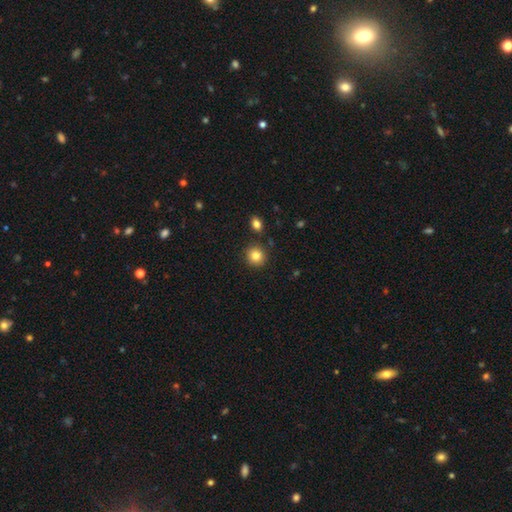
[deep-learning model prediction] The model was most divided on "smooth or featured": smooth: 84%, star or artifact: 10%, featured or disk: 6%. More confident: how rounded — round (90%); merging — none (88%).